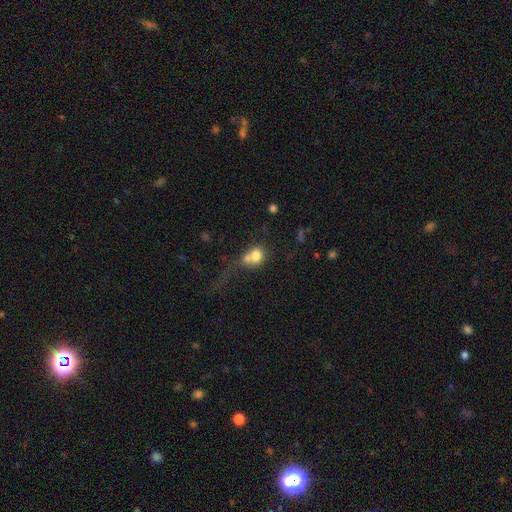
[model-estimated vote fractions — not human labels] smooth-or-featured: smooth: 73% | featured or disk: 16% | star or artifact: 11%
  how-rounded: round: 58% | in between: 40% | cigar-shaped: 2%
  merging: merger: 55% | none: 22% | major disturbance: 14% | minor disturbance: 10%